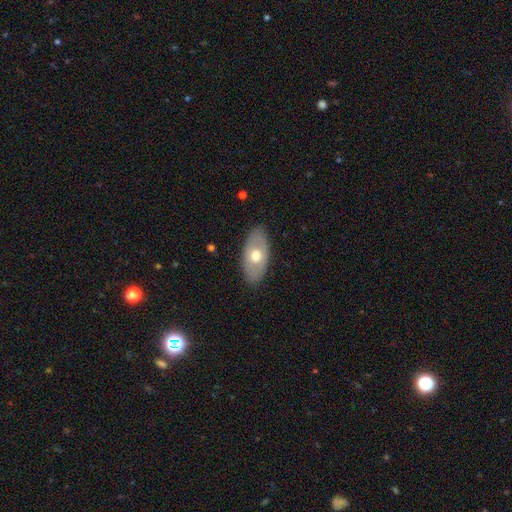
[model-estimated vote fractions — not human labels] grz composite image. It shows a smooth galaxy with no disk features (57%) that is in between round and cigar-shaped (92%). Merging: none (83%).